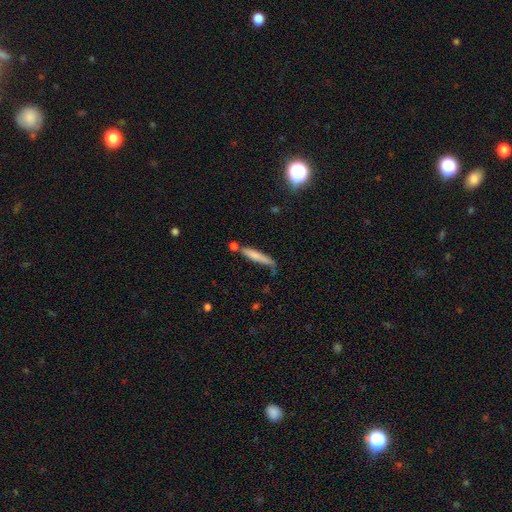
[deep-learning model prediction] This appears to be a smooth galaxy with no disk features (69%) that is cigar-shaped (89%). Merging: none (50%).